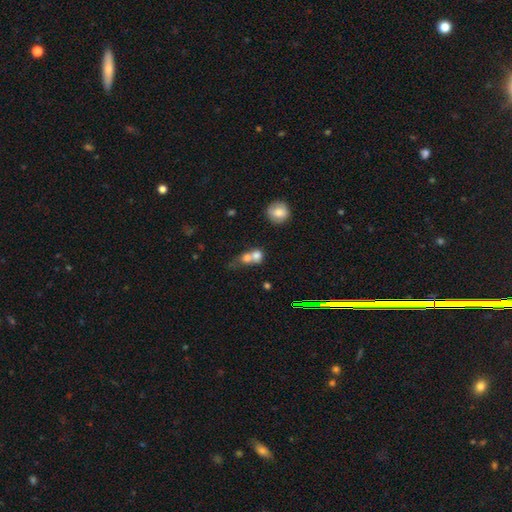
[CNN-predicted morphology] This appears to be a smooth galaxy with no disk features (71%) that is round (72%). Merging: merger (65%).